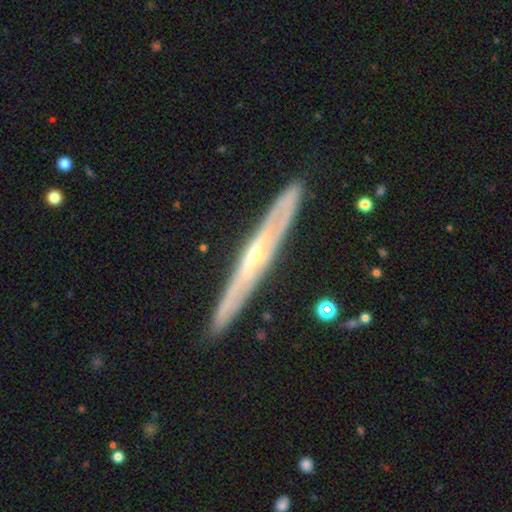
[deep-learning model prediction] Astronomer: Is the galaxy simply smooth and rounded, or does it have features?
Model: featured or disk — 78%.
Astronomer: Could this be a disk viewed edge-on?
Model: yes — 88%.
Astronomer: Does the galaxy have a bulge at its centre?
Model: rounded — 66%.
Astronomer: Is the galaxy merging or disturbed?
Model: none — 88%.